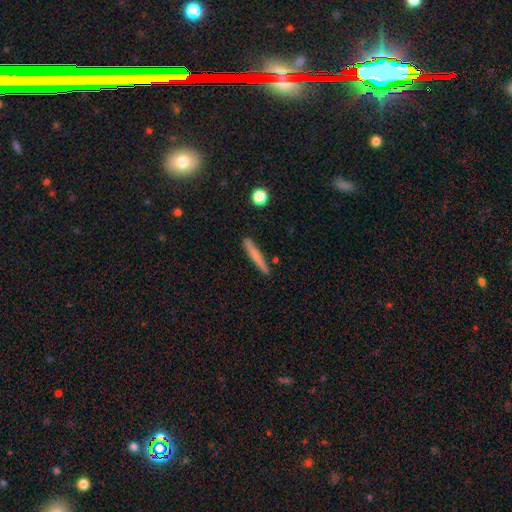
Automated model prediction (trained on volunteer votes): Morphology: type=smooth (69%); roundness=cigar-shaped (95%); merging=none (87%).